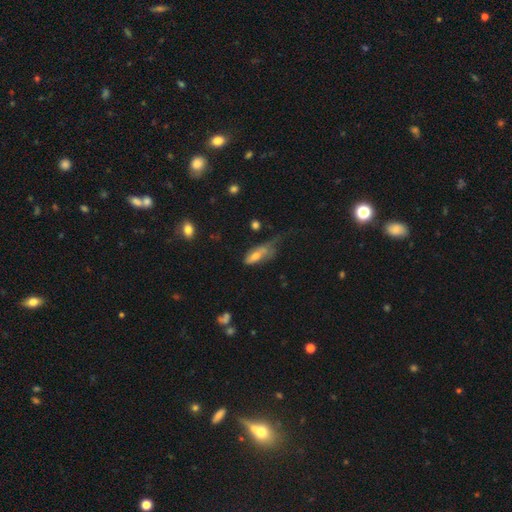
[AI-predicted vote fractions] The model was most divided on "merging": major disturbance: 42%, minor disturbance: 28%, none: 22%, merger: 7%. More confident: how rounded — in between (69%); smooth or featured — smooth (60%).